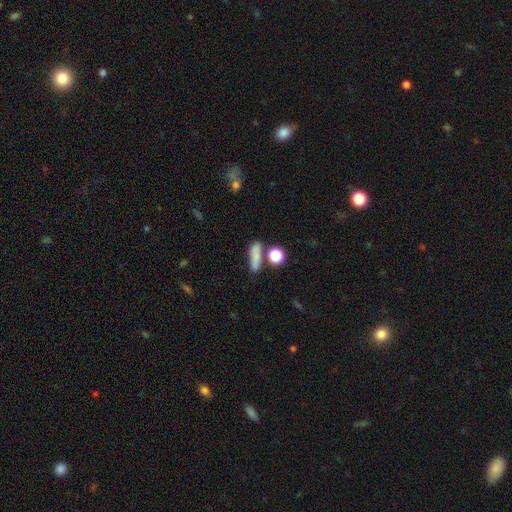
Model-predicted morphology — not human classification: A smooth galaxy with no disk features (79%) that is cigar-shaped (47%).

Vote fractions:
- Smooth or featured? smooth: 79% / star or artifact: 11% / featured or disk: 10%
- How rounded? cigar-shaped: 47% / in between: 39% / round: 14%
- Merging? none: 67% / minor disturbance: 14% / merger: 14% / major disturbance: 5%